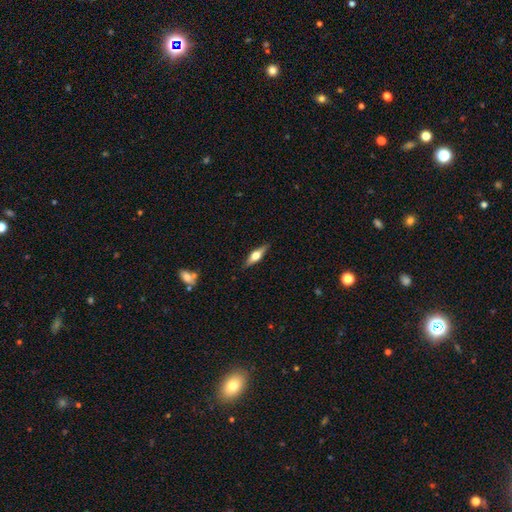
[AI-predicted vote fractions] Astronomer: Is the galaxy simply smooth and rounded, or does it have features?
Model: featured or disk — 60%.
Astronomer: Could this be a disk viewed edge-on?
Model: yes — 95%.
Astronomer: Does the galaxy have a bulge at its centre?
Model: rounded — 93%.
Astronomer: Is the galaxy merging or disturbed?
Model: none — 87%.